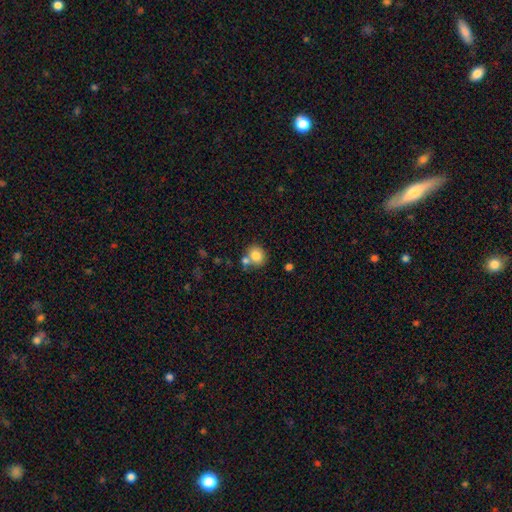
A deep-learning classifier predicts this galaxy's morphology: Smooth or featured: smooth — 81% (star or artifact — 10%)
How rounded: round — 75% (in between — 24%)
Merging: none — 60% (merger — 26%)